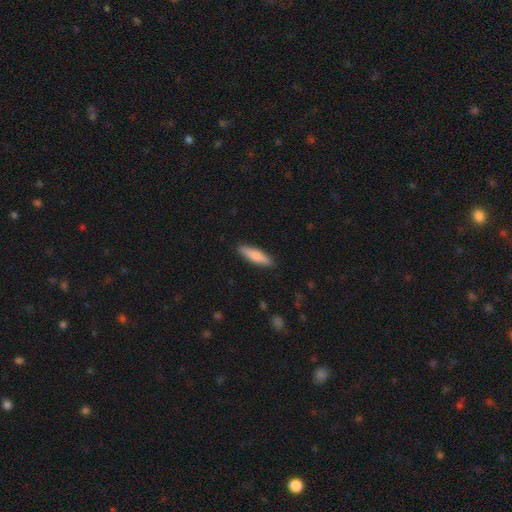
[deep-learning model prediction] Q: Smooth or featured?
A: smooth (80%); runner-up: featured or disk (15%)
Q: How rounded?
A: cigar-shaped (70%); runner-up: in between (28%)
Q: Merging?
A: none (88%); runner-up: minor disturbance (9%)